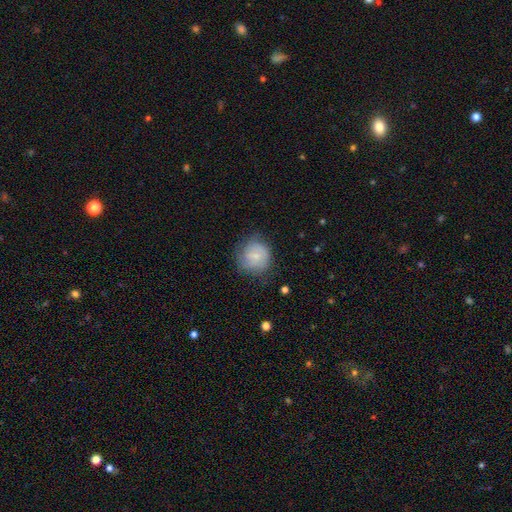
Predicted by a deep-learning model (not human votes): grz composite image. It shows a smooth galaxy with no disk features (57%) that is round (87%). Merging: none (65%).